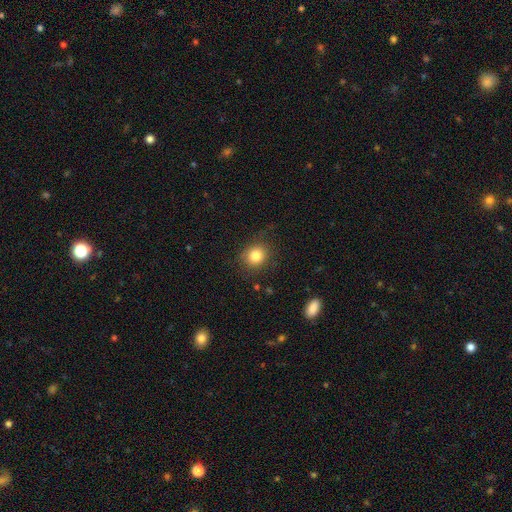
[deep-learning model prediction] A smooth galaxy with no disk features (82%) that is round (80%).

Vote fractions:
- Smooth or featured? smooth: 82% / star or artifact: 11% / featured or disk: 7%
- How rounded? round: 80% / in between: 19% / cigar-shaped: 1%
- Merging? none: 81% / minor disturbance: 13% / major disturbance: 4% / merger: 1%